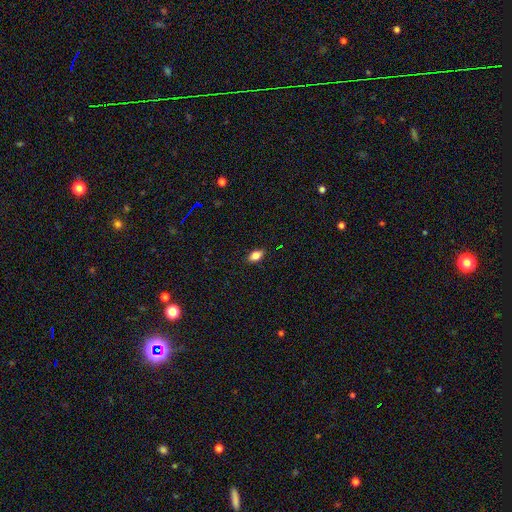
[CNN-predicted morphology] Smooth or featured? smooth (82%)
How rounded? in between (88%)
Merging? none (86%)